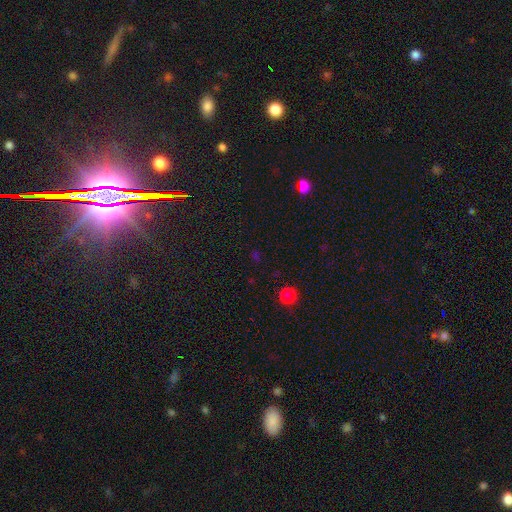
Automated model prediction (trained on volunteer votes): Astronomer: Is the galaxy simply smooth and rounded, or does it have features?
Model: star or artifact — 57% (runner-up: smooth, 36%).